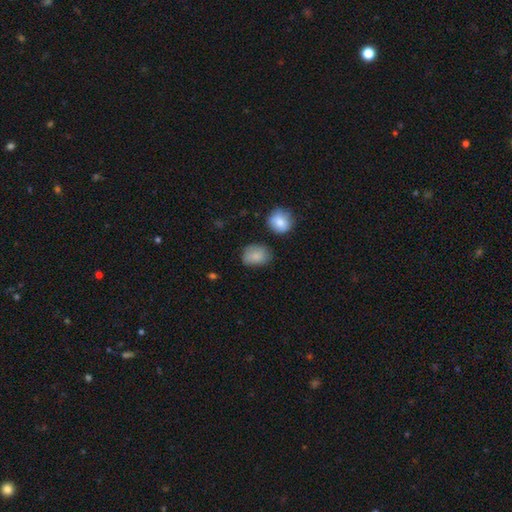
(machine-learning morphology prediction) Smooth or featured? Predicted: smooth (p=0.84). How rounded? Predicted: in between (p=0.65). Merging? Predicted: none (p=0.65).